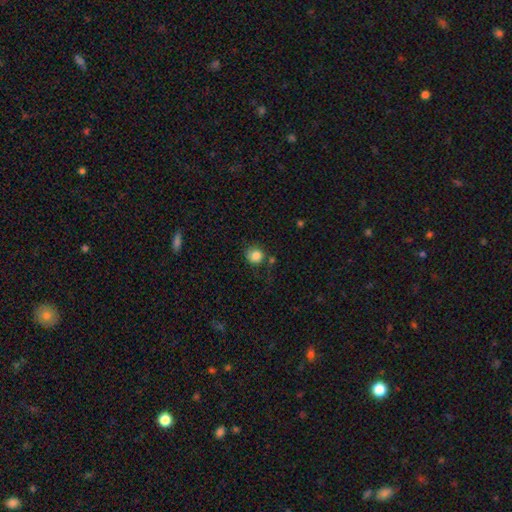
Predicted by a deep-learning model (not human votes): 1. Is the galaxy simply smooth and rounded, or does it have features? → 84% smooth, 10% star or artifact, 6% featured or disk.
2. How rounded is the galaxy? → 87% round, 12% in between, 1% cigar-shaped.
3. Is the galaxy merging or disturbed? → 66% none, 18% minor disturbance, 9% major disturbance, 7% merger.